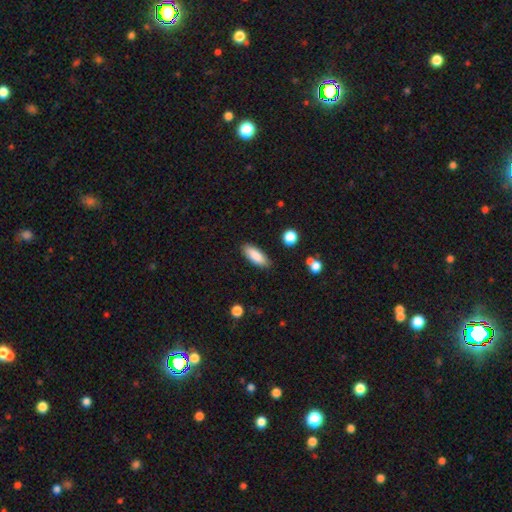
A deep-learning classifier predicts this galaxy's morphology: The model was most divided on "how rounded": in between: 69%, cigar-shaped: 29%, round: 2%. More confident: merging — none (87%); smooth or featured — smooth (86%).